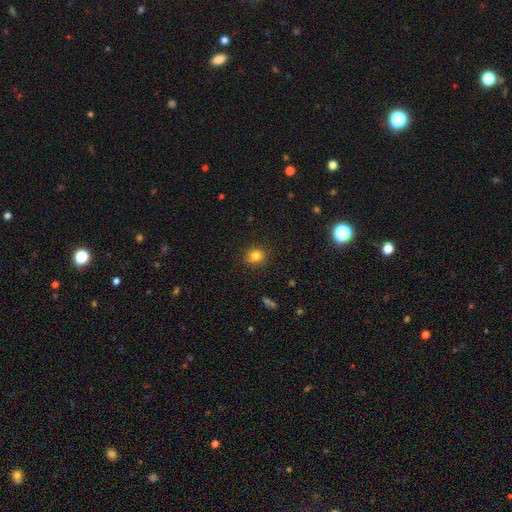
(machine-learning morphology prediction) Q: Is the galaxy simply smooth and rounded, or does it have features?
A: smooth — 81%.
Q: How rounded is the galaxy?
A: round — 76%.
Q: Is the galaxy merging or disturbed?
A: none — 85%.